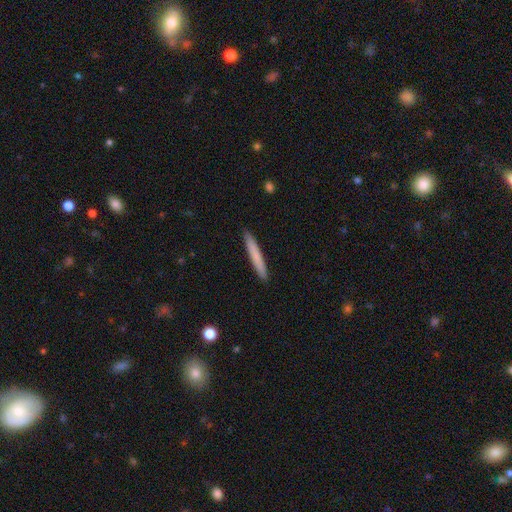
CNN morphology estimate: type=smooth (74%); roundness=cigar-shaped (96%); merging=none (92%).